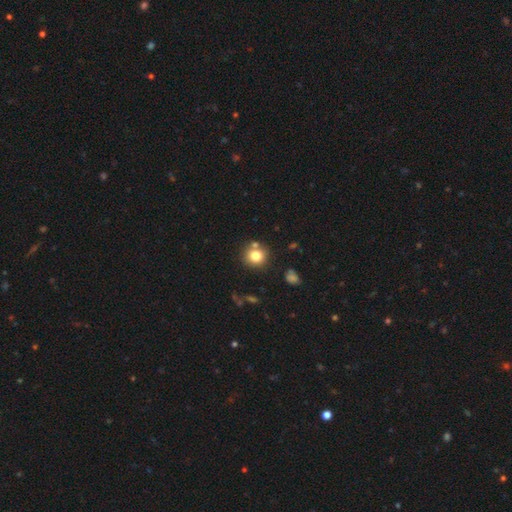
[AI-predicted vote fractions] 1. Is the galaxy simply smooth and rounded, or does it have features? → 78% smooth, 12% star or artifact, 10% featured or disk.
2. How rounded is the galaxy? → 86% round, 13% in between, 1% cigar-shaped.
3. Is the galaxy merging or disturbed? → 73% none, 14% merger, 10% minor disturbance, 3% major disturbance.